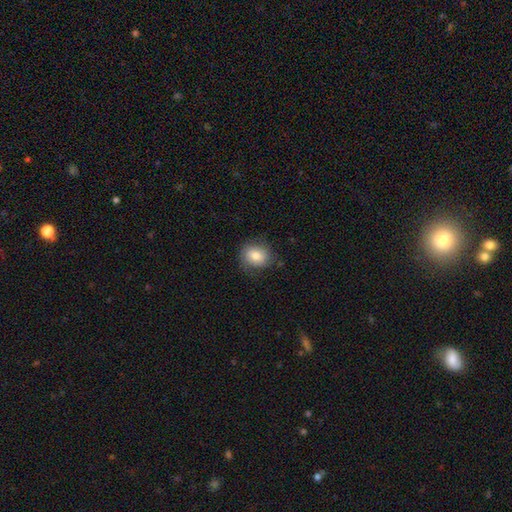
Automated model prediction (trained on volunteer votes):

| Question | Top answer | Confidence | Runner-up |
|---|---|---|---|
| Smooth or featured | smooth | 76% | featured or disk (15%) |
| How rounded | round | 68% | in between (31%) |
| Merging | none | 75% | minor disturbance (18%) |